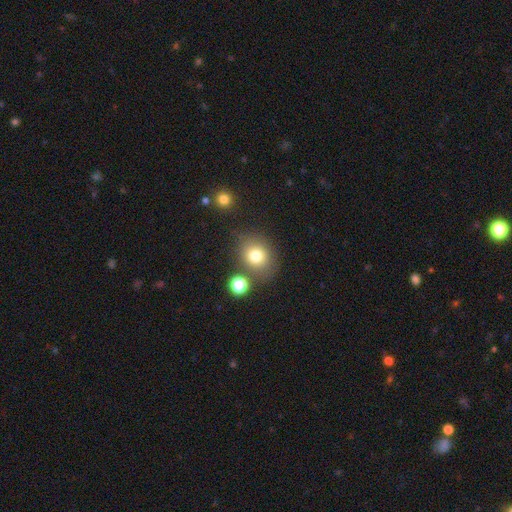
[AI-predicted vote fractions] Smooth or featured? smooth (78%)
How rounded? round (67%)
Merging? none (72%)